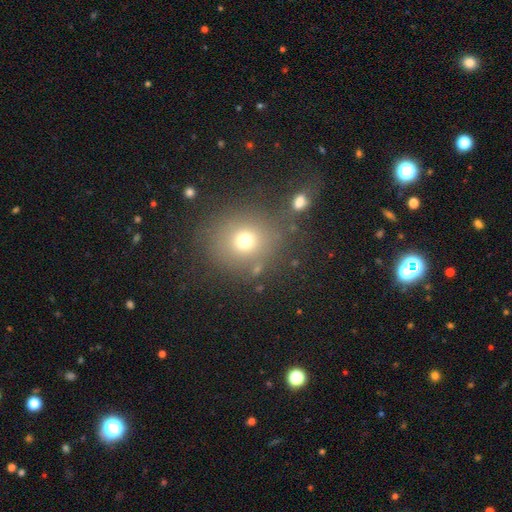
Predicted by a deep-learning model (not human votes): smooth-or-featured: smooth: 61% | star or artifact: 29% | featured or disk: 10%
  how-rounded: round: 83% | in between: 16% | cigar-shaped: 1%
  merging: none: 78% | minor disturbance: 10% | merger: 7% | major disturbance: 5%